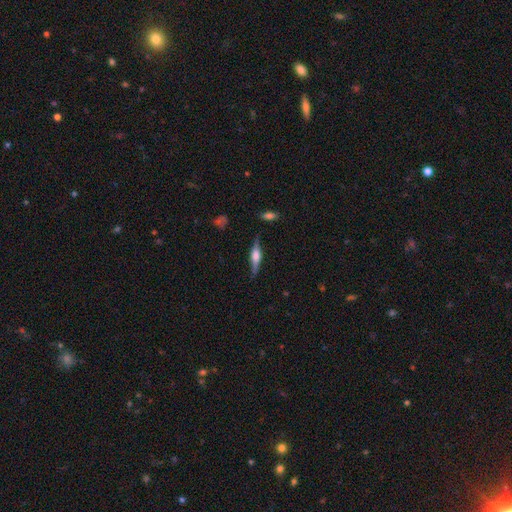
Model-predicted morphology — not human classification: Smooth or featured: featured or disk — 66% (smooth — 28%)
Edge-on disk: yes — 96% (no — 4%)
Edge-on bulge: rounded — 80% (boxy — 17%)
Merging: none — 83% (minor disturbance — 13%)